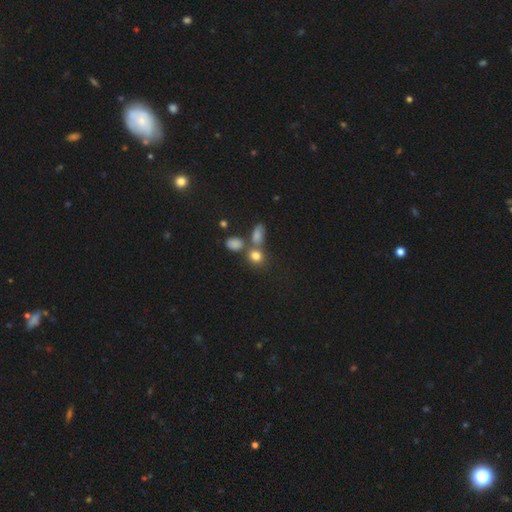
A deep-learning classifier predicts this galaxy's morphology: Smooth or featured? smooth (77%)
How rounded? round (64%)
Merging? none (49%)